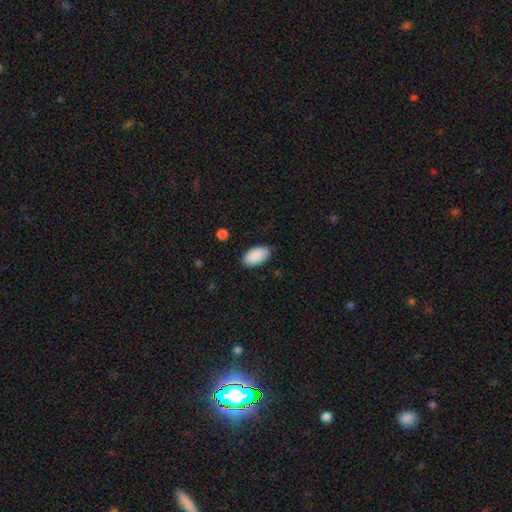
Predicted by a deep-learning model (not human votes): smooth_or_featured: smooth (p=0.91) [alt: star or artifact p=0.06]
how_rounded: in between (p=0.96) [alt: round p=0.02]
merging: none (p=0.84) [alt: minor disturbance p=0.13]